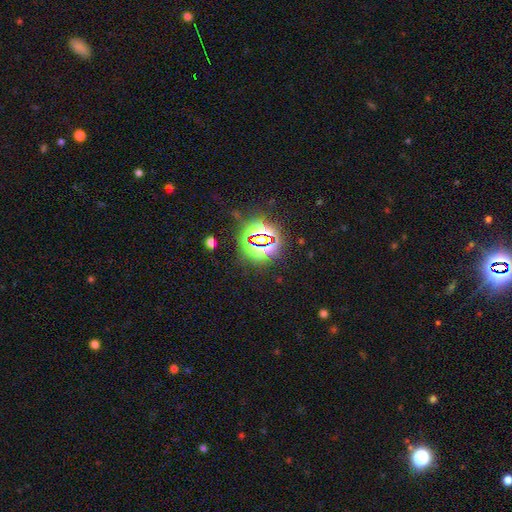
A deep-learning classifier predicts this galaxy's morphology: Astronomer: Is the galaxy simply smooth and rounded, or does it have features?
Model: star or artifact — 84%.